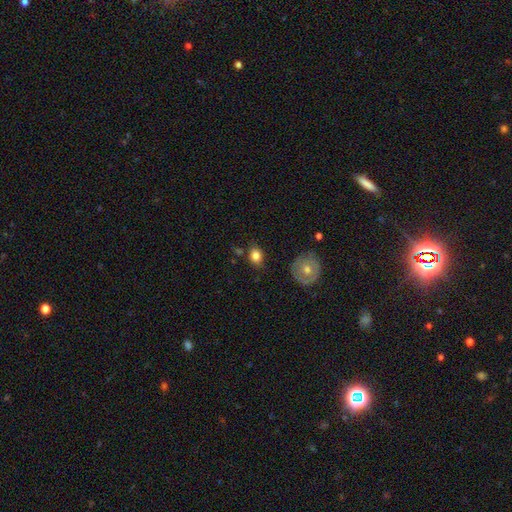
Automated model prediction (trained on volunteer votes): This is clearly a smooth galaxy (80%). How rounded: possibly in between (56%). Merging: likely none (79%).